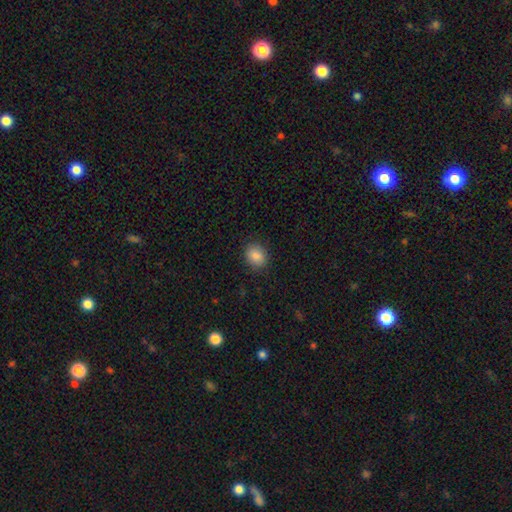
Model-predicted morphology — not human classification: The model was most divided on "how rounded": round: 53%, in between: 46%, cigar-shaped: 1%. More confident: merging — none (87%); smooth or featured — smooth (87%).